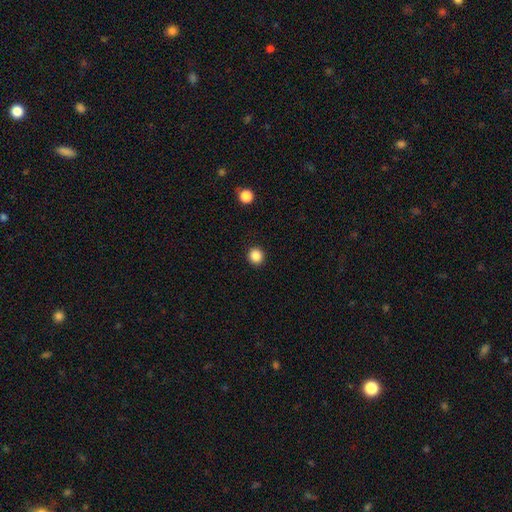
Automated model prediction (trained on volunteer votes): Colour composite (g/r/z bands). It shows a smooth galaxy with no disk features (87%) that is round (91%). Merging: none (93%).